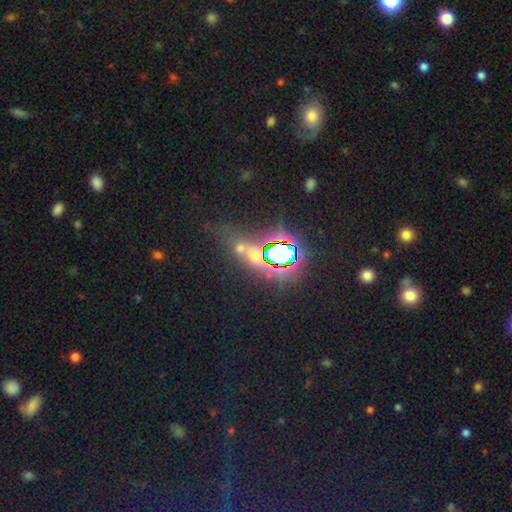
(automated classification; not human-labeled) Overall: star or artifact (56%; smooth 31%).